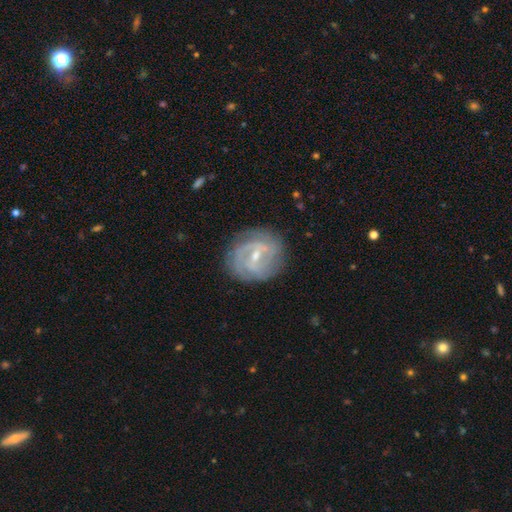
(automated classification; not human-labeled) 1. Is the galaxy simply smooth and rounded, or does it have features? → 80% featured or disk, 13% smooth, 6% star or artifact.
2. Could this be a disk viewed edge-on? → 97% no, 3% yes.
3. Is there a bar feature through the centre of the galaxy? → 52% weak, 33% strong, 15% no.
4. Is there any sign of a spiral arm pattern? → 86% yes, 14% no.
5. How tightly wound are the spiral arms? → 53% tight, 35% medium, 12% loose.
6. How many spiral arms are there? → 49% 2, 29% can't tell, 11% 3, 5% 1, 4% 4, 3% more than 4.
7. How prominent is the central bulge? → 55% small, 41% moderate, 2% none, 1% large, 1% dominant.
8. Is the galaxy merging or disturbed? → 77% none, 15% minor disturbance, 6% major disturbance, 1% merger.